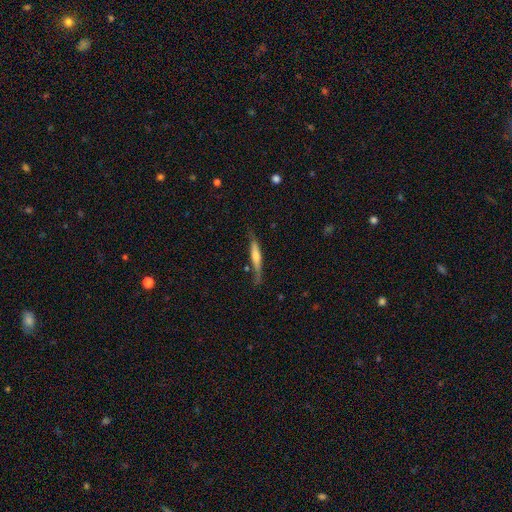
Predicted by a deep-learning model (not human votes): Smooth or featured?
  - featured or disk: 56% *
  - smooth: 38%
  - star or artifact: 6%
Edge-on disk?
  - yes: 94% *
  - no: 6%
Edge-on bulge?
  - rounded: 67% *
  - none: 20%
  - boxy: 14%
Merging?
  - none: 73% *
  - minor disturbance: 19%
  - major disturbance: 4%
  - merger: 3%